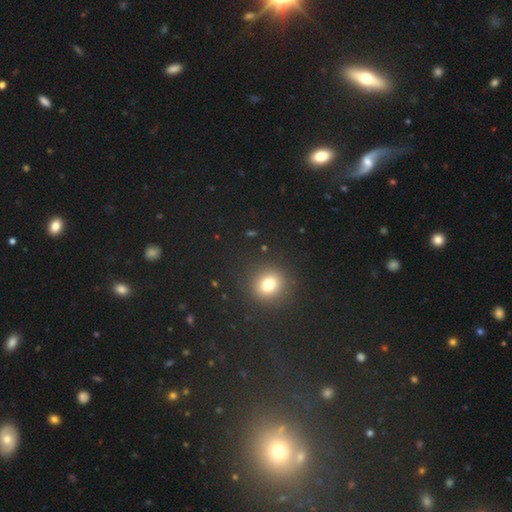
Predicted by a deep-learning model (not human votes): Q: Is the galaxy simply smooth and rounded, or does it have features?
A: smooth — 56%.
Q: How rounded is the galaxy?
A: round — 92%.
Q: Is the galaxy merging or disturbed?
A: none — 90%.